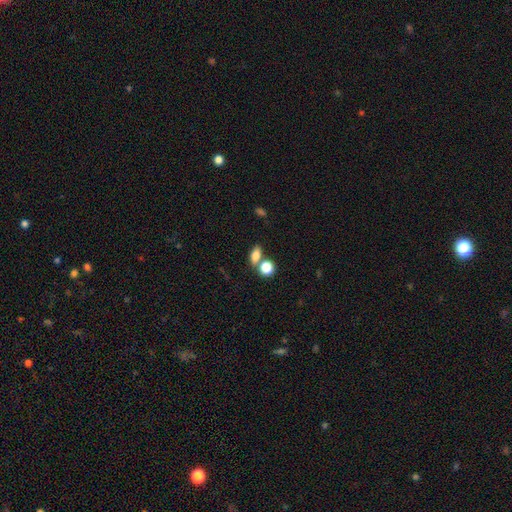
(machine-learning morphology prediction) Smooth or featured: smooth — 79% (featured or disk — 11%)
How rounded: in between — 69% (round — 23%)
Merging: none — 54% (merger — 31%)